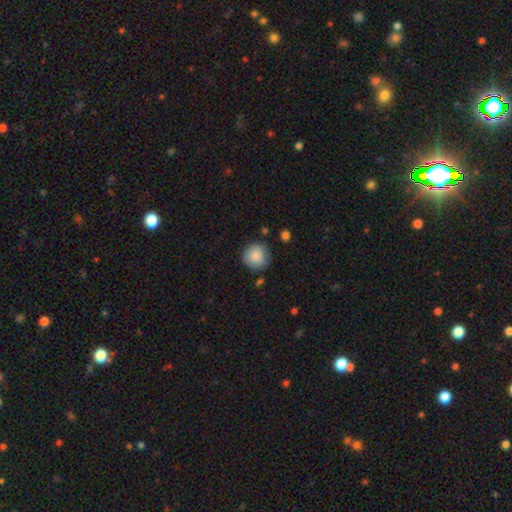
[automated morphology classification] A smooth galaxy with no disk features (85%) that is round (94%). Merging: none (80%).